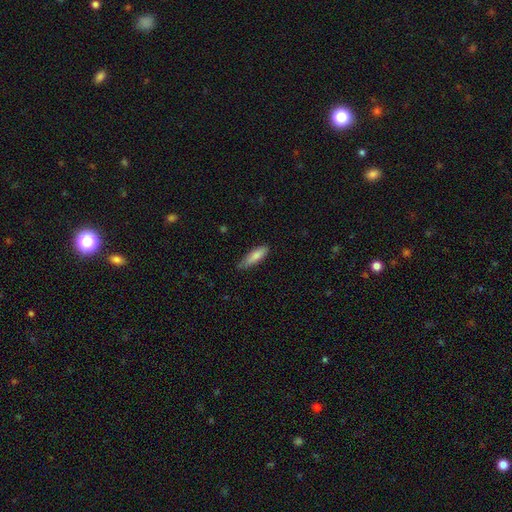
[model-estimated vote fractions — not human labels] smooth_or_featured: smooth (p=0.82) [alt: featured or disk p=0.12]
how_rounded: cigar-shaped (p=0.59) [alt: in between p=0.40]
merging: none (p=0.70) [alt: minor disturbance p=0.26]